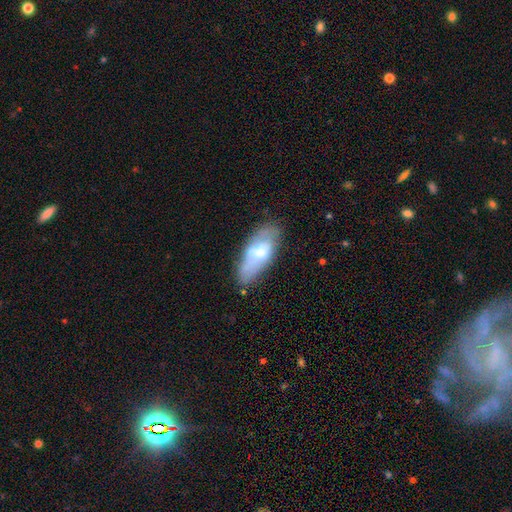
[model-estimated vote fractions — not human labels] The model was most divided on "smooth or featured": smooth: 55%, featured or disk: 37%, star or artifact: 8%. More confident: how rounded — in between (79%); merging — none (63%).